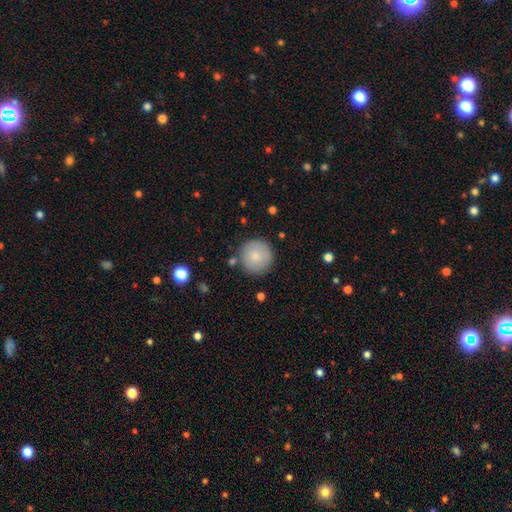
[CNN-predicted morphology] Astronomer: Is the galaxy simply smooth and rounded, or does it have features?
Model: smooth — 82%.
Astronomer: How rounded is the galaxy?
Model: round — 96%.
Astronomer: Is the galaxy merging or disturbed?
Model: none — 85%.